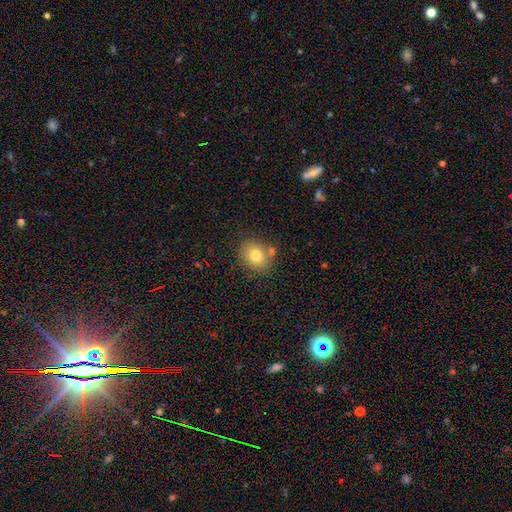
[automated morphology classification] Overall: smooth (79%). How rounded: round (65%; in between 34%). Merging: none (74%).